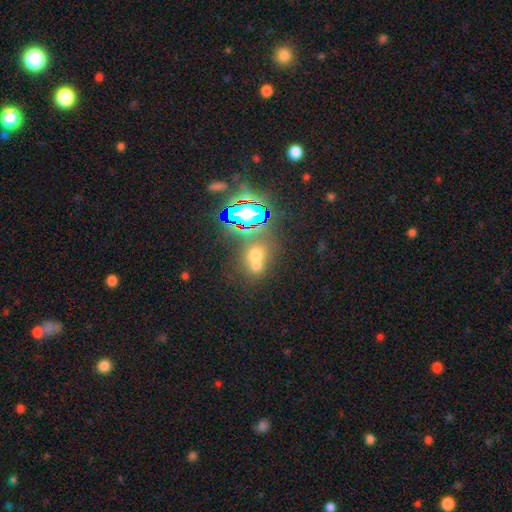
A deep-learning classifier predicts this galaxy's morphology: This is possibly a smooth galaxy (48%). Merging: possibly merger (51%).